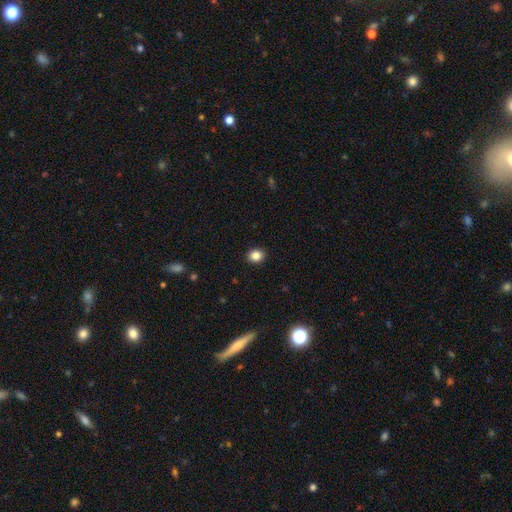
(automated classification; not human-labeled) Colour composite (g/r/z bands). It shows a smooth galaxy with no disk features (85%) that is round (64%). Merging: none (92%).